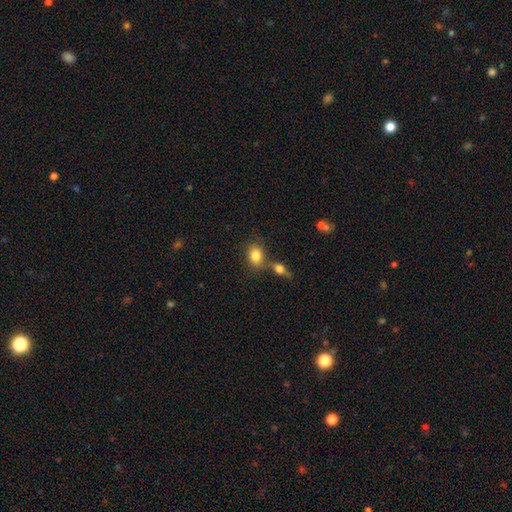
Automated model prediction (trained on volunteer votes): This is clearly a smooth galaxy (82%). How rounded: likely in between (66%). Merging: possibly none (57%).